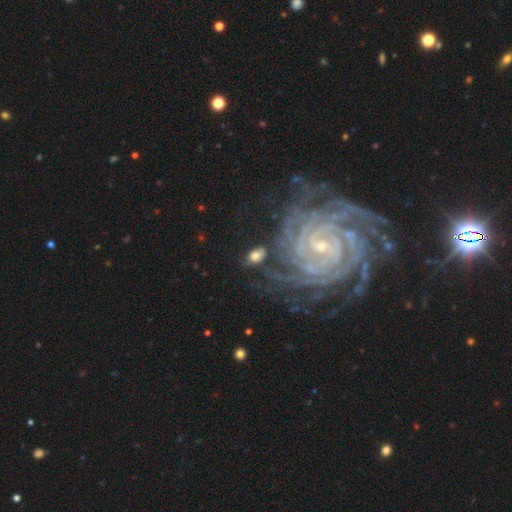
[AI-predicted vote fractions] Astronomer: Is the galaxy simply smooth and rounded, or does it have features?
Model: smooth — 46% (runner-up: featured or disk, 43%).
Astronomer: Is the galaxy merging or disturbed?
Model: none — 64%.